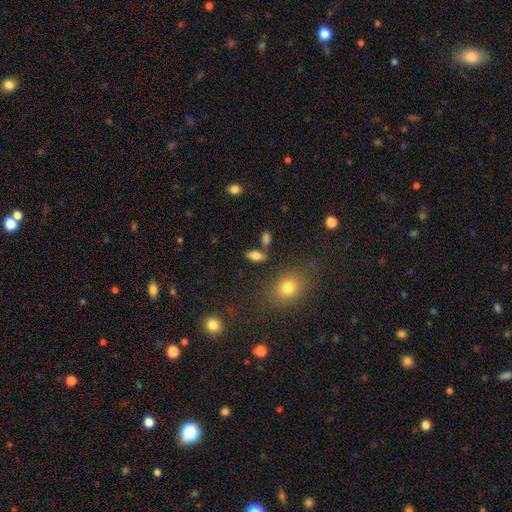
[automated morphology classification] Smooth or featured?
  - smooth: 77% *
  - featured or disk: 13%
  - star or artifact: 10%
How rounded?
  - in between: 85% *
  - cigar-shaped: 10%
  - round: 6%
Merging?
  - none: 75% *
  - minor disturbance: 11%
  - merger: 10%
  - major disturbance: 4%